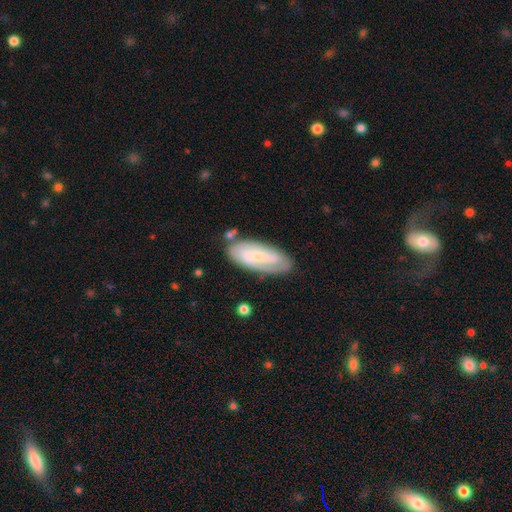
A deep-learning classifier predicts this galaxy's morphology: Smooth or featured?
  - featured or disk: 54% *
  - smooth: 40%
  - star or artifact: 7%
Edge-on disk?
  - no: 88% *
  - yes: 12%
Merging?
  - none: 73% *
  - minor disturbance: 18%
  - major disturbance: 5%
  - merger: 4%